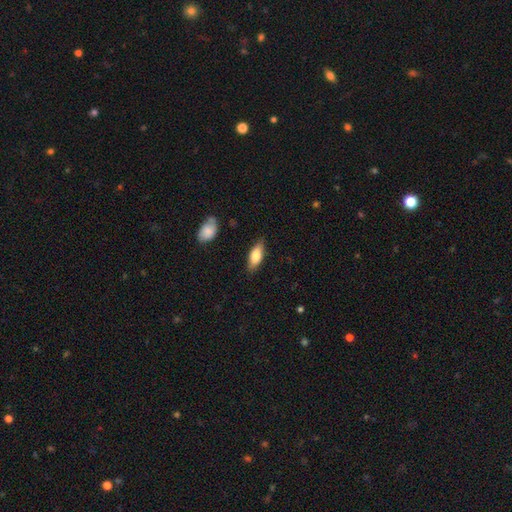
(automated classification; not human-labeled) Smooth or featured? Predicted: smooth (p=0.74). How rounded? Predicted: in between (p=0.74). Merging? Predicted: none (p=0.83).